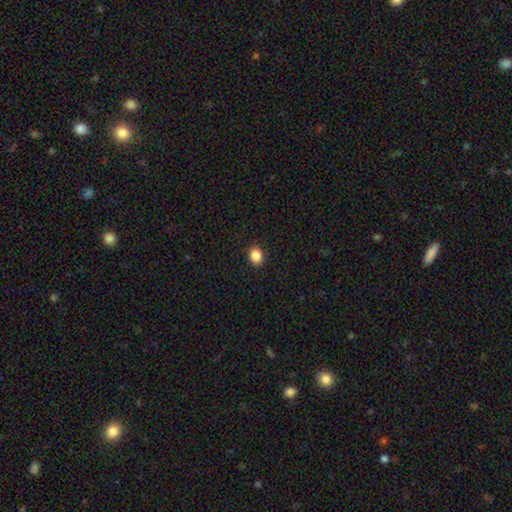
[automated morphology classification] Smooth or featured? Predicted: smooth (p=0.87). How rounded? Predicted: round (p=0.60). Merging? Predicted: none (p=0.92).